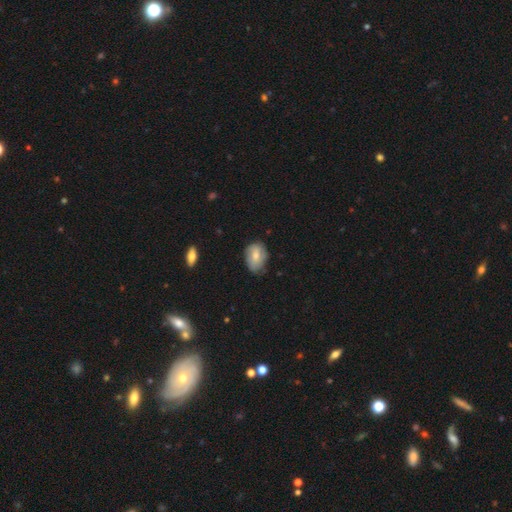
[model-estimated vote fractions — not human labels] smooth-or-featured: smooth: 66% | featured or disk: 27% | star or artifact: 7%
  how-rounded: in between: 77% | round: 22% | cigar-shaped: 1%
  merging: none: 64% | minor disturbance: 29% | major disturbance: 5% | merger: 1%